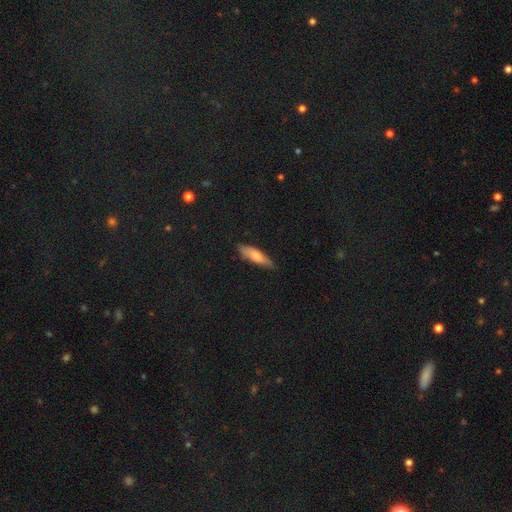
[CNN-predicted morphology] This appears to be a smooth galaxy with no disk features (71%) that is cigar-shaped (61%). Merging: none (80%).